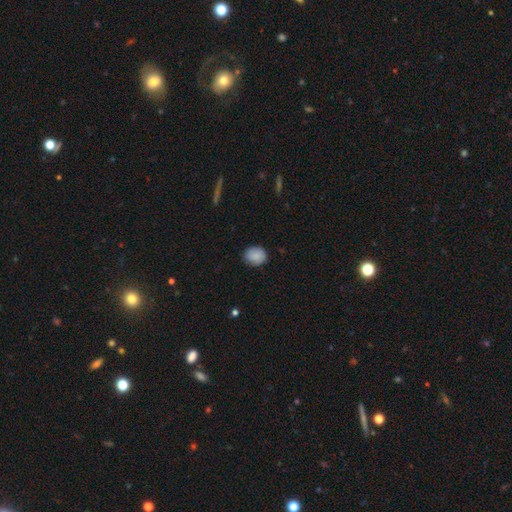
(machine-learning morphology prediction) This appears to be a smooth galaxy with no disk features (87%) that is round (62%). Merging: none (83%).